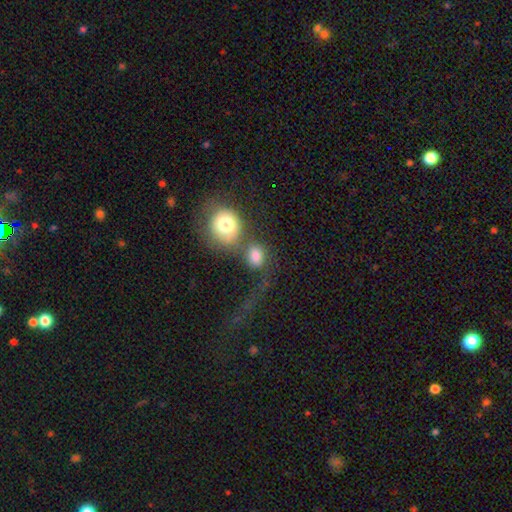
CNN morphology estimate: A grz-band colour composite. It shows a smooth galaxy with no disk features (78%) that is round (60%). Merging: merger (39%).